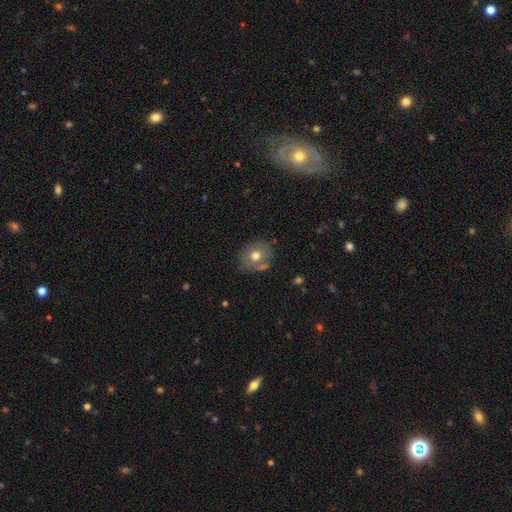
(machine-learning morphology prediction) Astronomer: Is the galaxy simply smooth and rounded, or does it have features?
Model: smooth — 66%.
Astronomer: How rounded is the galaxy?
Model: round — 68%.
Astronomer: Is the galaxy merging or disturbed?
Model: none — 72%.